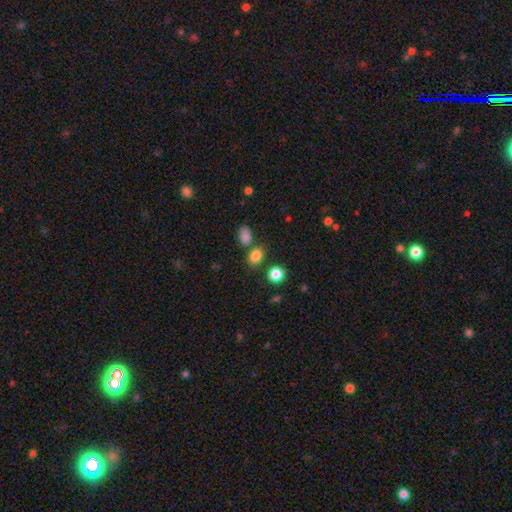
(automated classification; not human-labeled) smooth-or-featured: smooth: 82% | star or artifact: 13% | featured or disk: 4%
  how-rounded: in between: 57% | round: 41% | cigar-shaped: 1%
  merging: none: 69% | merger: 16% | minor disturbance: 11% | major disturbance: 4%